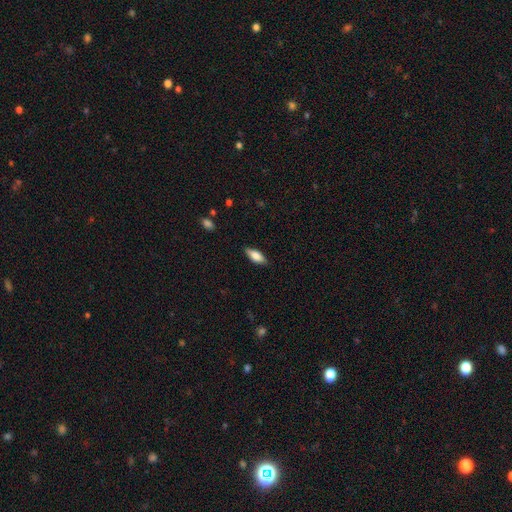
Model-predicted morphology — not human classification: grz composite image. It shows a smooth galaxy with no disk features (77%) that is in between round and cigar-shaped (76%). Merging: none (85%).